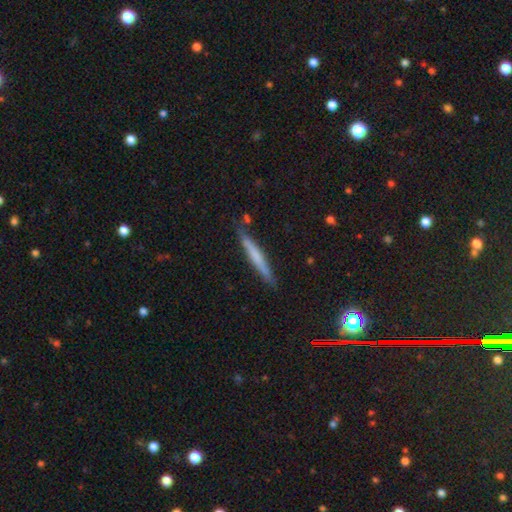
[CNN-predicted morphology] smooth_or_featured: smooth (p=0.54) [alt: featured or disk p=0.40]
how_rounded: cigar-shaped (p=0.96) [alt: in between p=0.03]
merging: none (p=0.85) [alt: minor disturbance p=0.11]